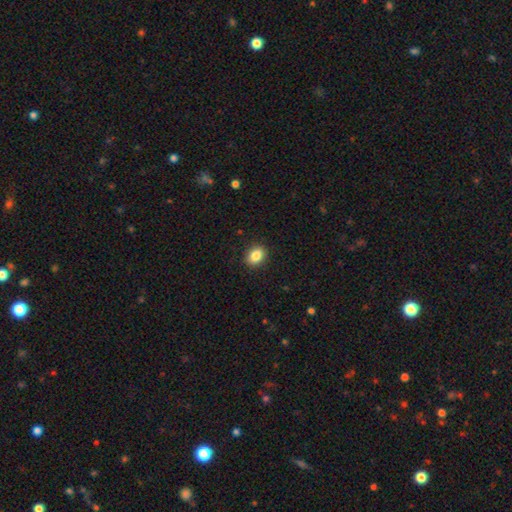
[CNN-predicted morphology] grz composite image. It shows a smooth galaxy with no disk features (86%) that is in between round and cigar-shaped (58%). Merging: none (90%).